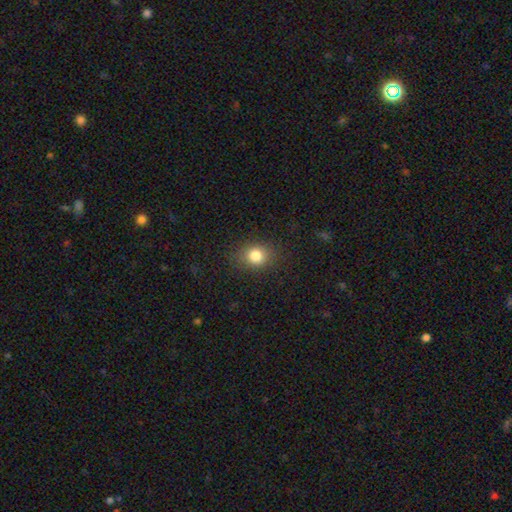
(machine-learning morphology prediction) type=smooth (81%); roundness=round (64%); merging=none (85%).